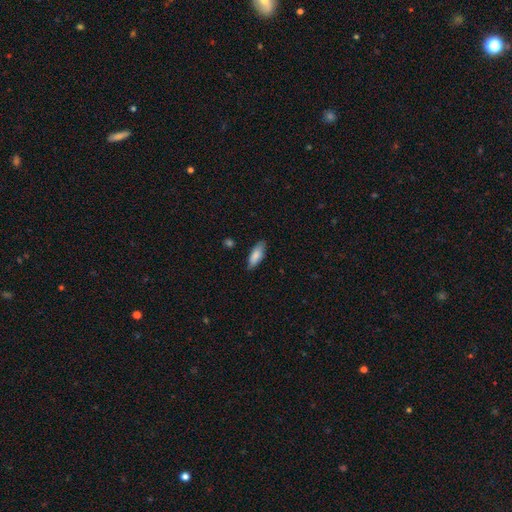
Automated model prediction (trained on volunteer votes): A smooth galaxy with no disk features (84%) that is in between round and cigar-shaped (69%). Merging: none (82%).